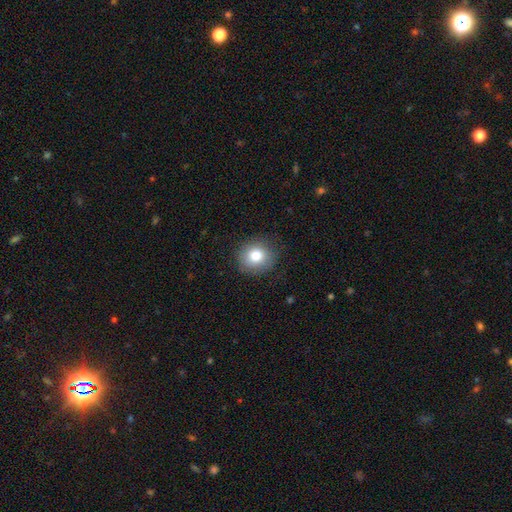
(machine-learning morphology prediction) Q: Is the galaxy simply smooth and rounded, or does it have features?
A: smooth — 81%.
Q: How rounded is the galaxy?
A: round — 84%.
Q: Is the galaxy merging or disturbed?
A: none — 85%.